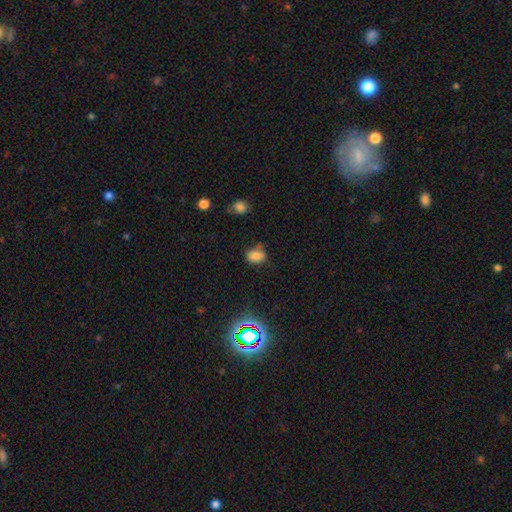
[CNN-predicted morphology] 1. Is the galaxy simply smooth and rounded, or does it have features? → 74% smooth, 17% star or artifact, 9% featured or disk.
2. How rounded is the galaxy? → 56% in between, 43% round, 1% cigar-shaped.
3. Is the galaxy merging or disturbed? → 64% none, 25% minor disturbance, 6% major disturbance, 6% merger.